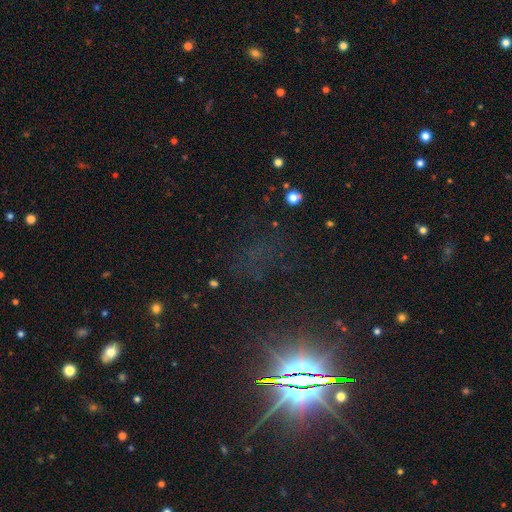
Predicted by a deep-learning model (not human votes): Morphology: type=star or artifact (75%).